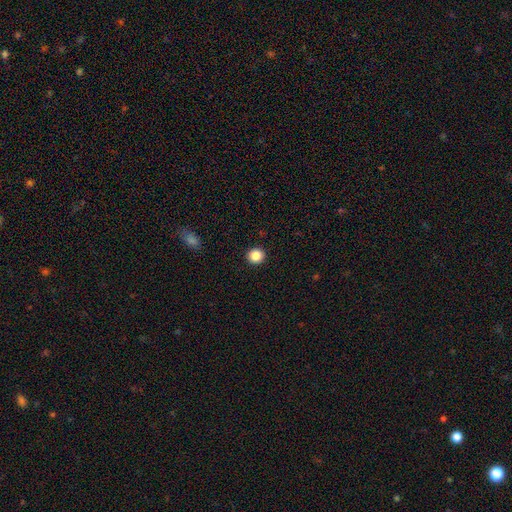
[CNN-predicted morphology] Smooth or featured: smooth — 87% (star or artifact — 10%)
How rounded: round — 92% (in between — 7%)
Merging: none — 93% (minor disturbance — 4%)